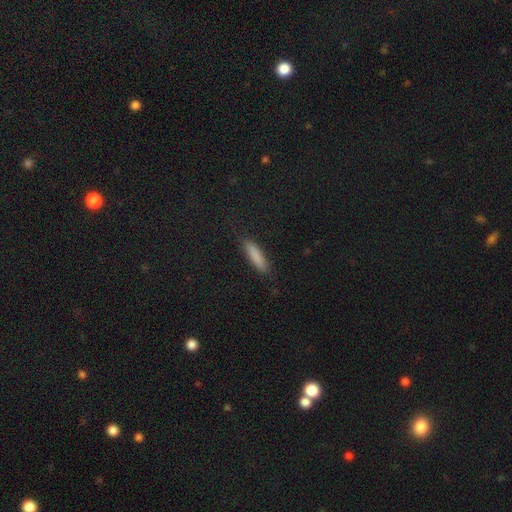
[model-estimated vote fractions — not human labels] Smooth or featured: smooth — 84% (featured or disk — 9%)
How rounded: cigar-shaped — 78% (in between — 20%)
Merging: none — 85% (minor disturbance — 11%)